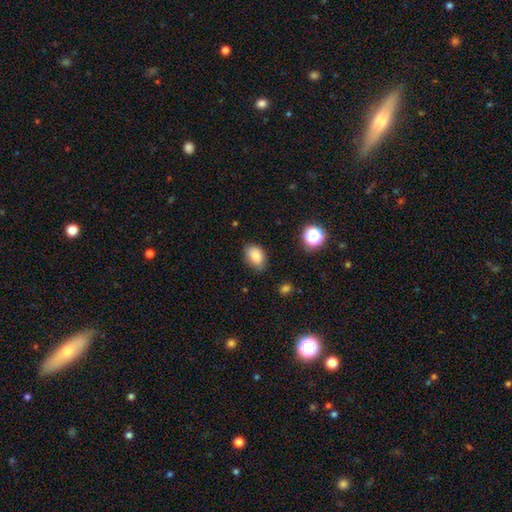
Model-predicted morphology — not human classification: The model was most divided on "merging": none: 75%, minor disturbance: 20%, major disturbance: 4%, merger: 2%. More confident: how rounded — in between (85%); smooth or featured — smooth (83%).